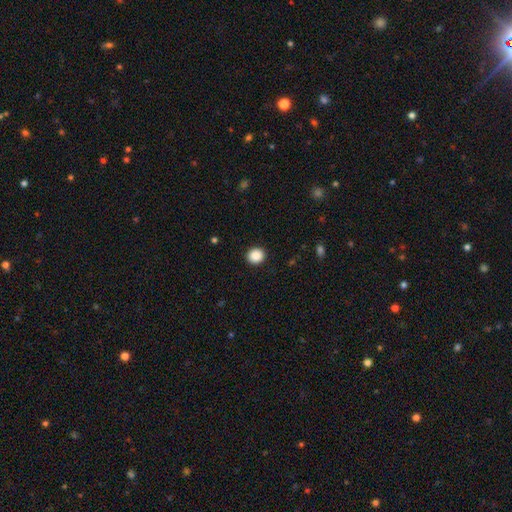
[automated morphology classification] This is clearly a smooth galaxy (89%). How rounded: clearly round (81%). Merging: clearly none (92%).